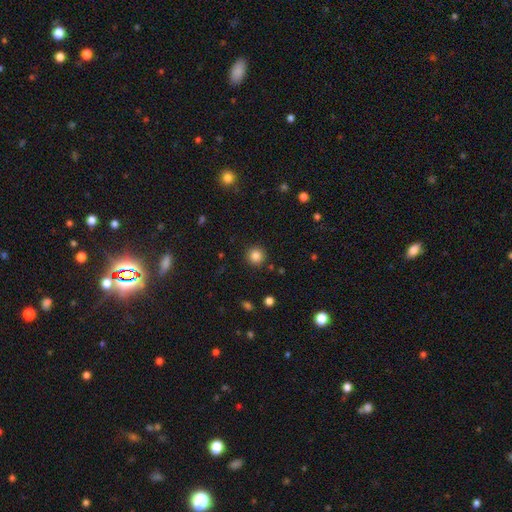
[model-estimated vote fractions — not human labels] Smooth or featured? smooth (84%)
How rounded? round (95%)
Merging? none (91%)